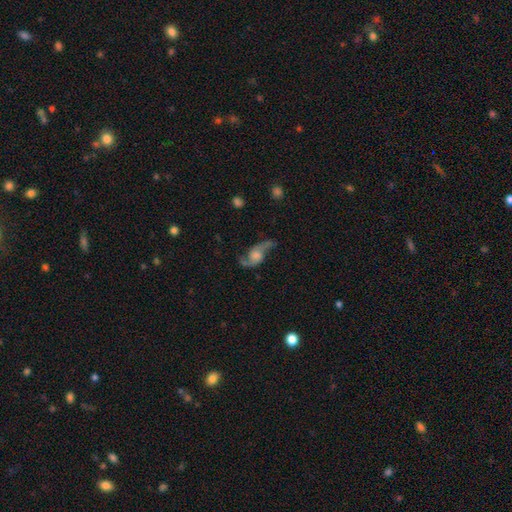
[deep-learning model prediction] Smooth or featured? featured or disk (85%)
Edge-on disk? no (94%)
Bar? no (64%)
Spiral arms? yes (96%)
Spiral winding? loose (71%)
Spiral arm count? 2 (93%)
Bulge size? moderate (41%)
Merging? none (71%)